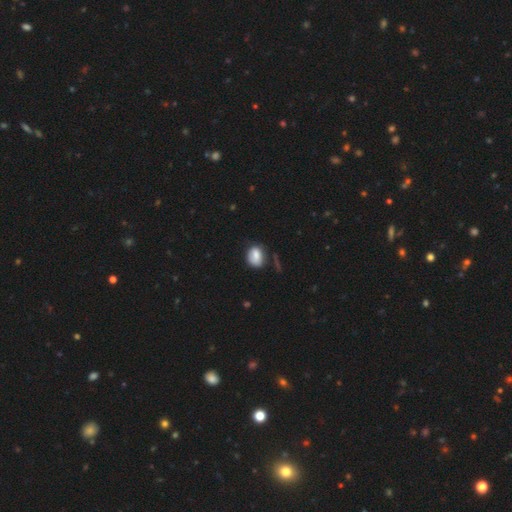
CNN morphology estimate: A smooth galaxy with no disk features (78%) that is in between round and cigar-shaped (57%). Merging: none (60%).